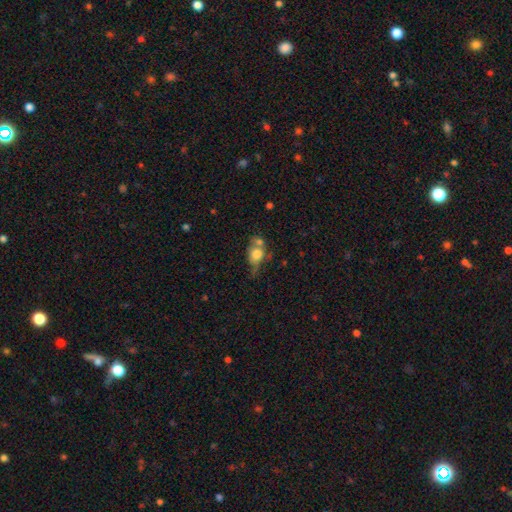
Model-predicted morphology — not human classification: smooth_or_featured: smooth (p=0.68) [alt: featured or disk p=0.22]
how_rounded: in between (p=0.56) [alt: round p=0.40]
merging: merger (p=0.34) [alt: none p=0.31]